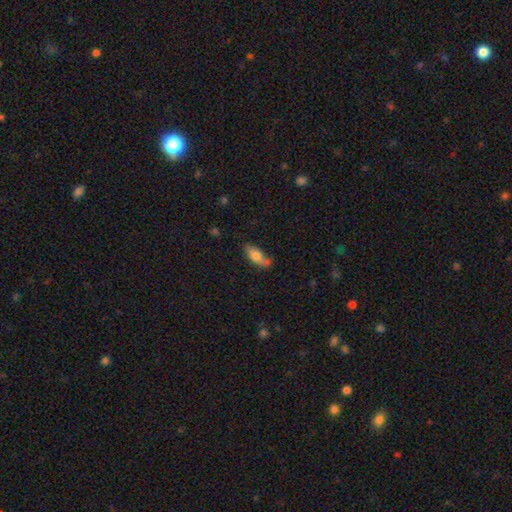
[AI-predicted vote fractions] This appears to be a smooth galaxy with no disk features (72%) that is in between round and cigar-shaped (78%). Merging: none (61%).